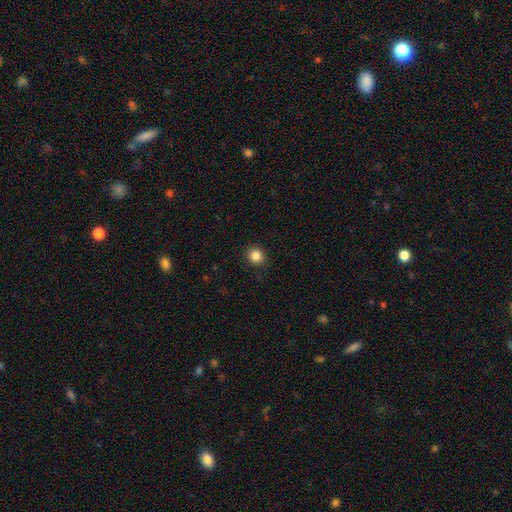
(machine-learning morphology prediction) Smooth or featured?
  - smooth: 86% *
  - star or artifact: 11%
  - featured or disk: 4%
How rounded?
  - round: 91% *
  - in between: 8%
  - cigar-shaped: 1%
Merging?
  - none: 91% *
  - minor disturbance: 6%
  - major disturbance: 2%
  - merger: 1%